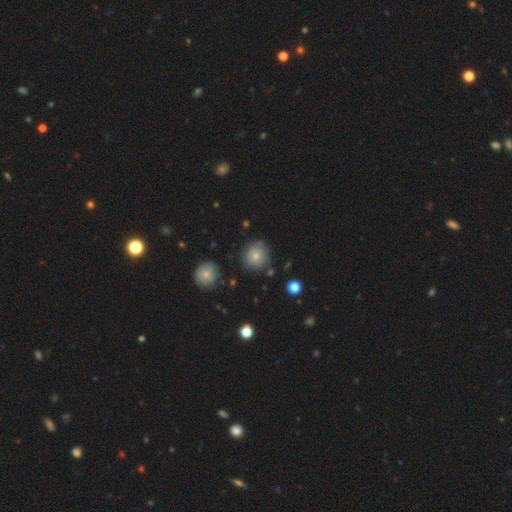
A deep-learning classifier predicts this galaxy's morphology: A smooth galaxy with no disk features (78%) that is round (93%).

Vote fractions:
- Smooth or featured? smooth: 78% / star or artifact: 12% / featured or disk: 11%
- How rounded? round: 93% / in between: 6% / cigar-shaped: 1%
- Merging? none: 83% / minor disturbance: 10% / major disturbance: 3% / merger: 3%